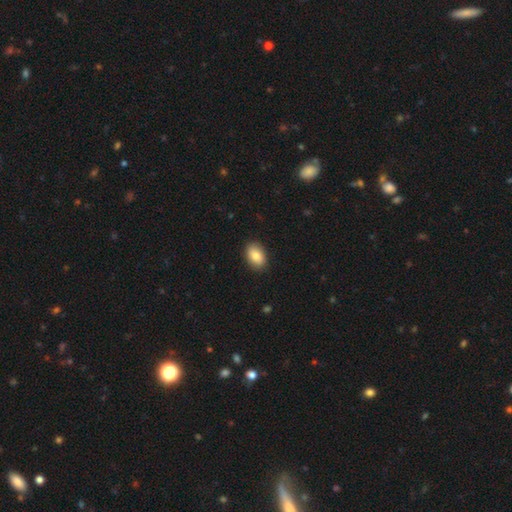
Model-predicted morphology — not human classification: Smooth or featured?
  - smooth: 84% *
  - featured or disk: 9%
  - star or artifact: 7%
How rounded?
  - in between: 87% *
  - round: 11%
  - cigar-shaped: 1%
Merging?
  - none: 88% *
  - minor disturbance: 9%
  - major disturbance: 2%
  - merger: 1%